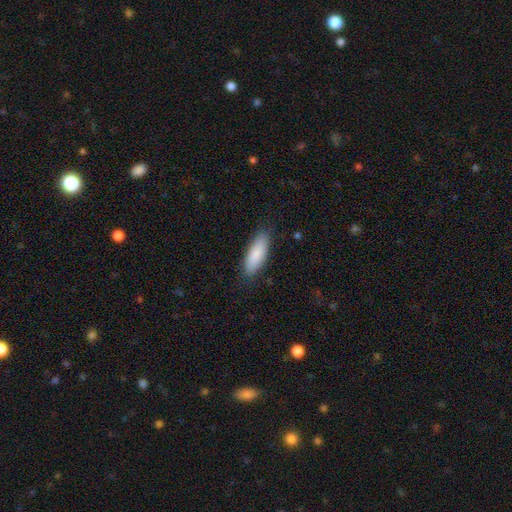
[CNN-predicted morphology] The model was most divided on "how rounded": in between: 66%, cigar-shaped: 32%, round: 2%. More confident: smooth or featured — smooth (86%); merging — none (84%).